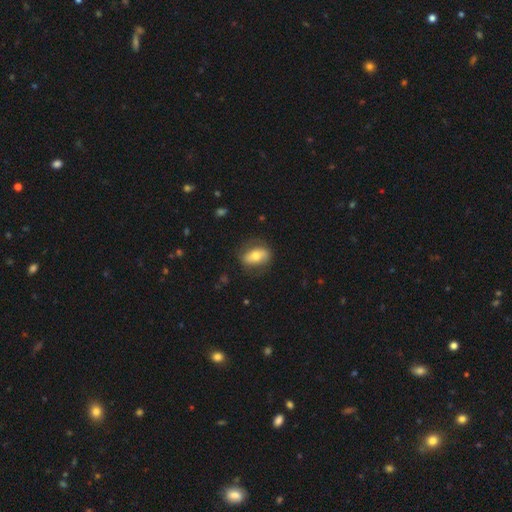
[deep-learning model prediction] smooth-or-featured: smooth: 60% | featured or disk: 33% | star or artifact: 7%
  how-rounded: in between: 82% | round: 13% | cigar-shaped: 6%
  merging: none: 75% | minor disturbance: 17% | major disturbance: 7% | merger: 1%